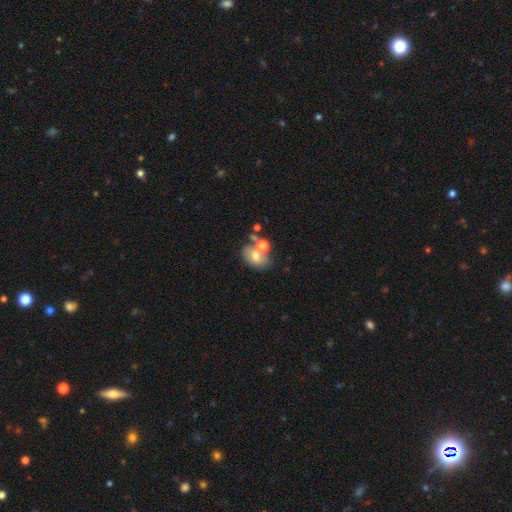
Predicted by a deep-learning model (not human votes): smooth 65%, featured or disk 23%, star or artifact 11%. Down the decision tree: how rounded — in between (69%); merging — none (42%).